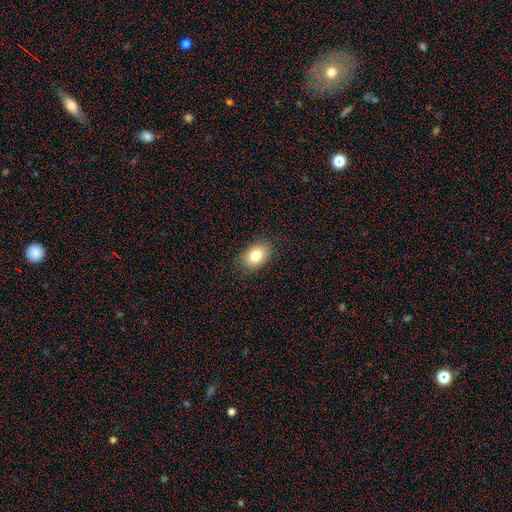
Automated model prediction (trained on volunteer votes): The model was most divided on "how rounded": in between: 84%, round: 15%, cigar-shaped: 1%. More confident: merging — none (86%); smooth or featured — smooth (80%).